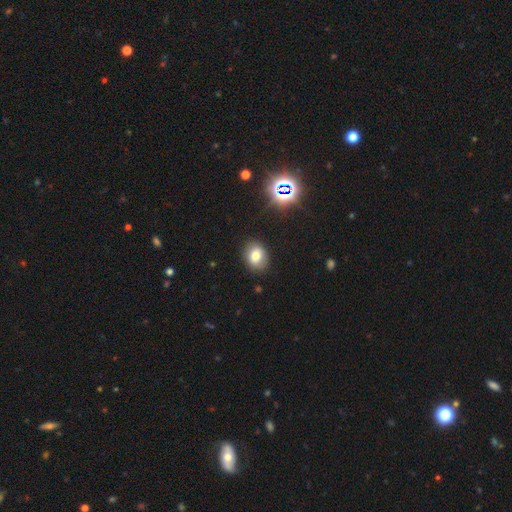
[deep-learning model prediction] Smooth or featured: smooth — 73% (star or artifact — 14%)
How rounded: in between — 52% (round — 47%)
Merging: none — 85% (minor disturbance — 11%)